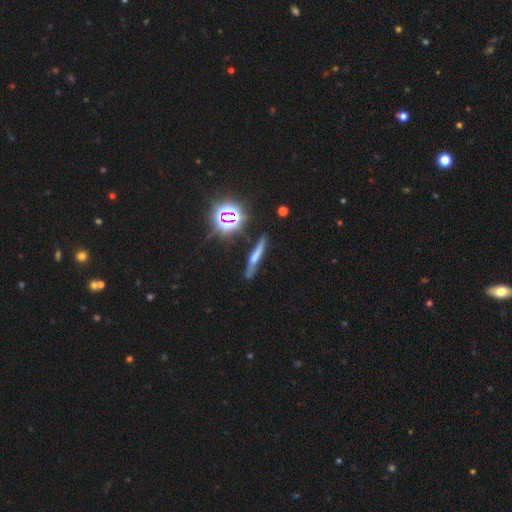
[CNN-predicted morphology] smooth 45%, featured or disk 32%, star or artifact 22%. Down the decision tree: merging — none (73%).